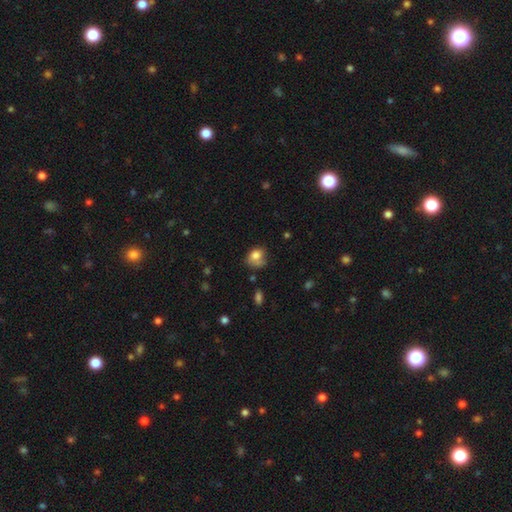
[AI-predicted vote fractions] Overall: smooth (76%). How rounded: round (52%; in between 47%). Merging: none (42%; minor disturbance 33%).